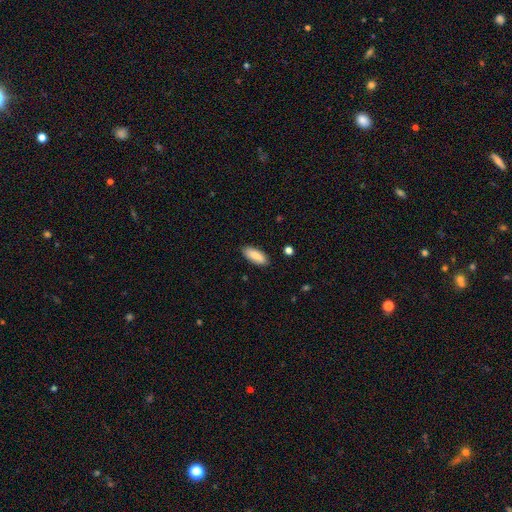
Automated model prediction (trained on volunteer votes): smooth 85%, featured or disk 9%, star or artifact 6%. Down the decision tree: how rounded — in between (78%); merging — none (88%).